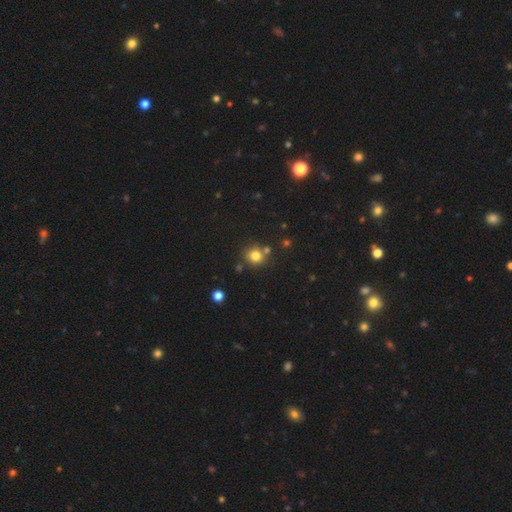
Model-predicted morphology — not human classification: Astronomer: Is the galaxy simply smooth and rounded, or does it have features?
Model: smooth — 79%.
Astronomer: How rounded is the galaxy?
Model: round — 89%.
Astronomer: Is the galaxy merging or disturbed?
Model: none — 74%.